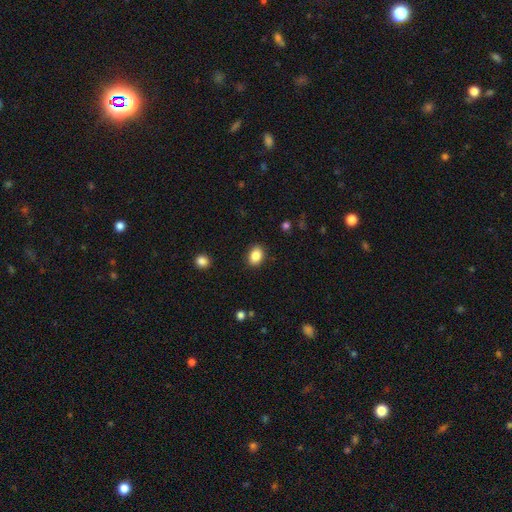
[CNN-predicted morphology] smooth_or_featured: smooth (p=0.87) [alt: star or artifact p=0.08]
how_rounded: in between (p=0.72) [alt: round p=0.27]
merging: none (p=0.89) [alt: minor disturbance p=0.08]